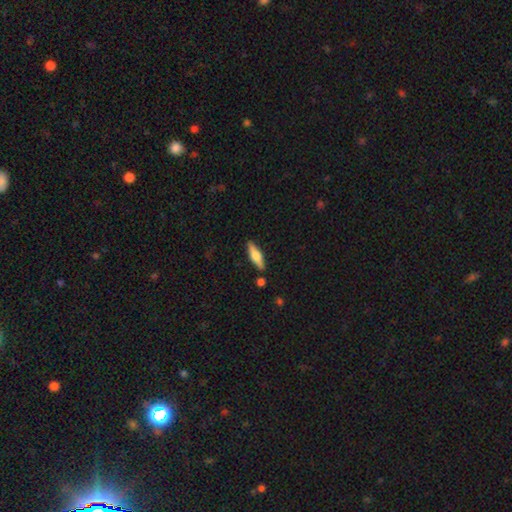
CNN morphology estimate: Smooth or featured? Predicted: smooth (p=0.48). Merging? Predicted: none (p=0.86).